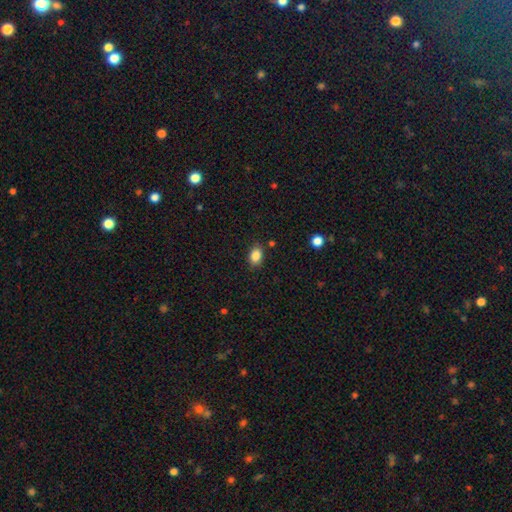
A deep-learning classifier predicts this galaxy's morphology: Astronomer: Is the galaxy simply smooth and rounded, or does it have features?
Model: smooth — 85%.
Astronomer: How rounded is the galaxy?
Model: in between — 79%.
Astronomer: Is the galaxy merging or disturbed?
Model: none — 84%.